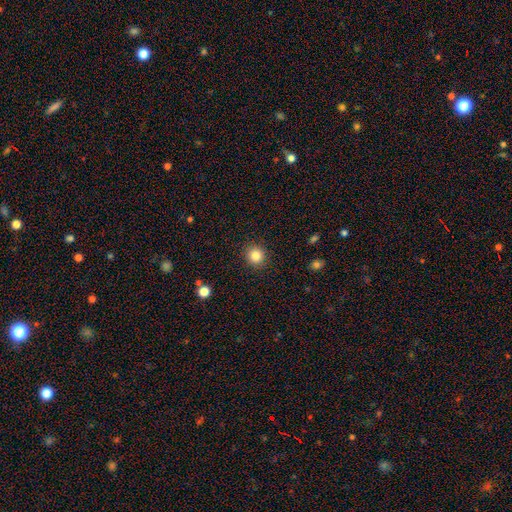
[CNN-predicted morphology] The model was most divided on "smooth or featured": smooth: 84%, star or artifact: 11%, featured or disk: 5%. More confident: merging — none (91%); how rounded — round (88%).